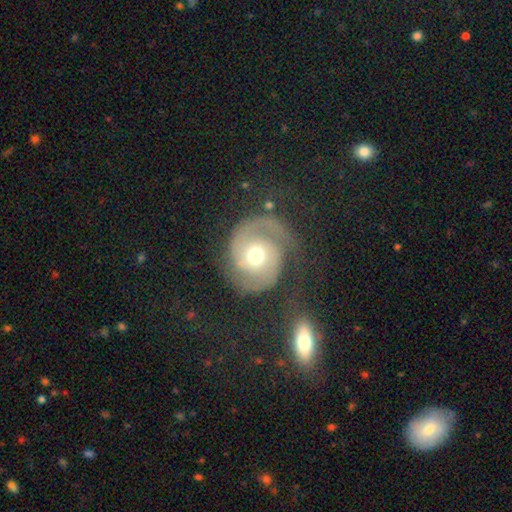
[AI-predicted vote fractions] smooth_or_featured: featured or disk (p=0.85) [alt: smooth p=0.09]
disk_edge_on: no (p=0.98) [alt: yes p=0.02]
bar: no (p=0.66) [alt: weak p=0.26]
has_spiral_arms: yes (p=0.96) [alt: no p=0.04]
spiral_winding: medium (p=0.46) [alt: tight p=0.37]
spiral_arm_count: 2 (p=0.85) [alt: 1 p=0.06]
bulge_size: moderate (p=0.72) [alt: small p=0.18]
merging: none (p=0.68) [alt: minor disturbance p=0.15]